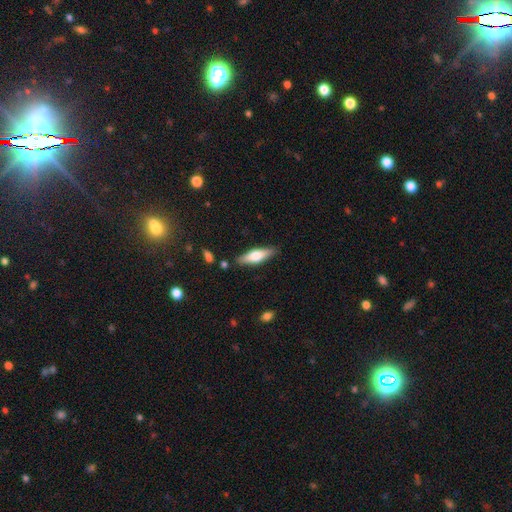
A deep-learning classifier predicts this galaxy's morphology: smooth_or_featured: smooth (p=0.55) [alt: featured or disk p=0.39]
how_rounded: cigar-shaped (p=0.56) [alt: in between p=0.42]
merging: none (p=0.85) [alt: minor disturbance p=0.10]